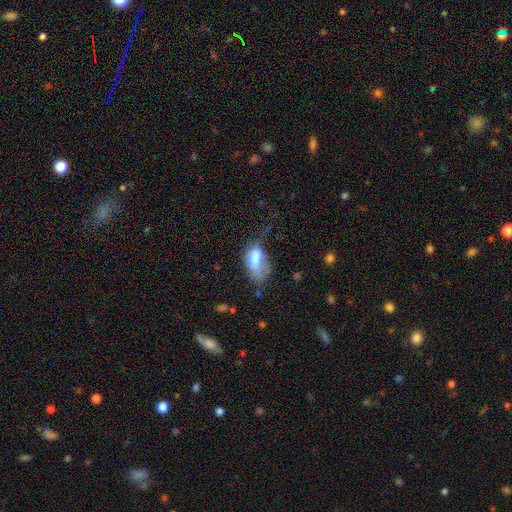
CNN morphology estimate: This appears to be a smooth galaxy with no disk features (67%) that is in between round and cigar-shaped (90%). Merging: major disturbance (38%).